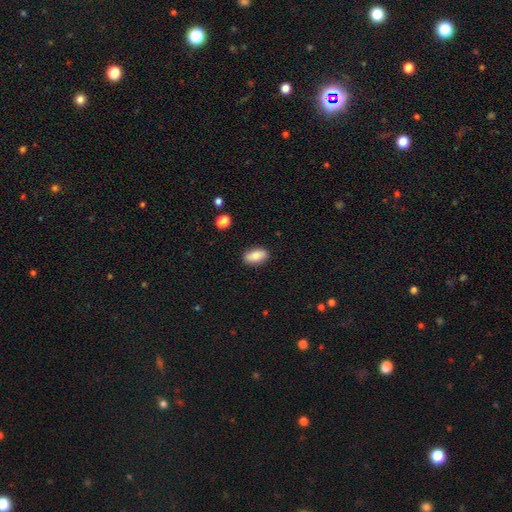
Smooth or featured: smooth — 82% (featured or disk — 11%)
How rounded: in between — 90% (cigar-shaped — 6%)
Merging: none — 86% (minor disturbance — 9%)